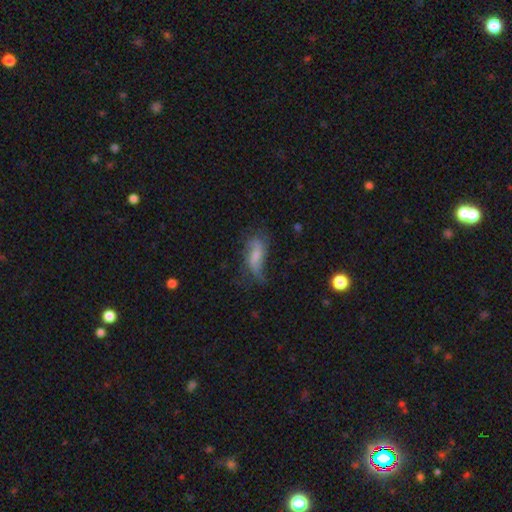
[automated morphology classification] smooth 45% (tied), featured or disk 45% (tied), star or artifact 10%. Down the decision tree: merging — none (39%).